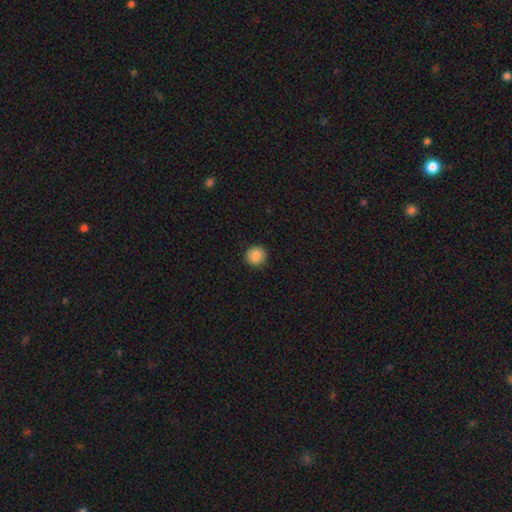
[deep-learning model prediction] This appears to be a smooth galaxy with no disk features (86%) that is round (91%). Merging: none (90%).